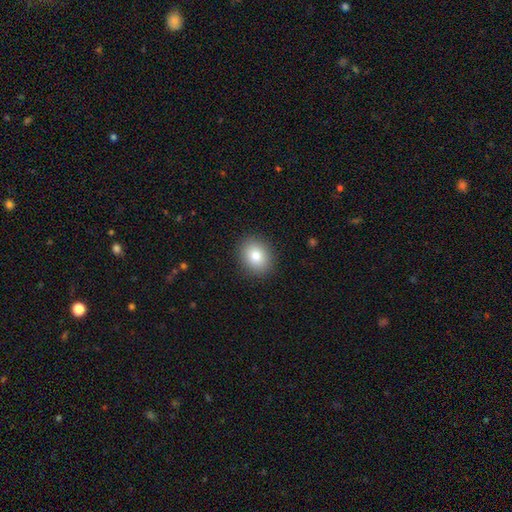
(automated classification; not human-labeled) This is clearly a smooth galaxy (82%). How rounded: possibly round (56%). Merging: clearly none (90%).